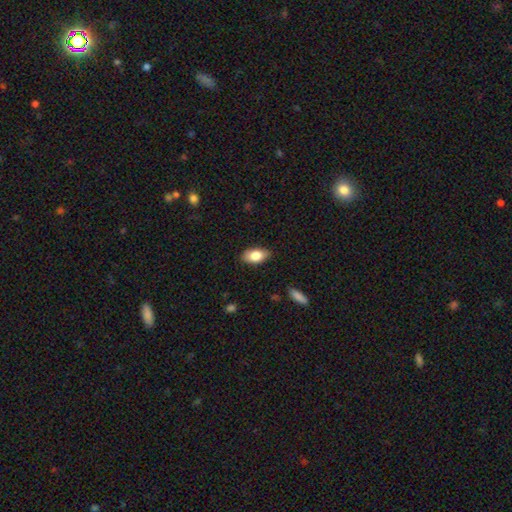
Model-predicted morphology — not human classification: This appears to be a smooth galaxy with no disk features (81%) that is in between round and cigar-shaped (91%). Merging: none (84%).